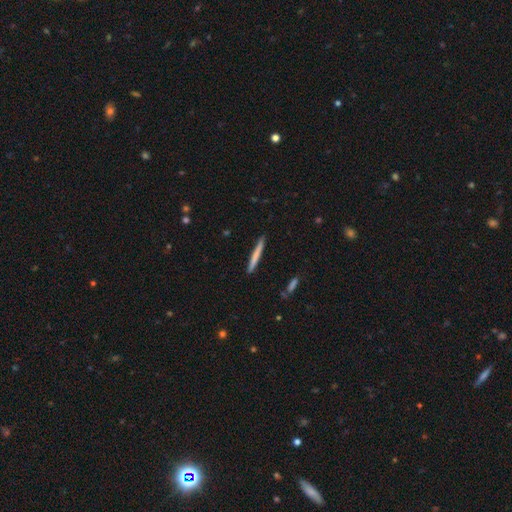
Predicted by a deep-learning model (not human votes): Q: Smooth or featured?
A: smooth (68%); runner-up: featured or disk (27%)
Q: How rounded?
A: cigar-shaped (97%); runner-up: in between (2%)
Q: Merging?
A: none (90%); runner-up: minor disturbance (7%)